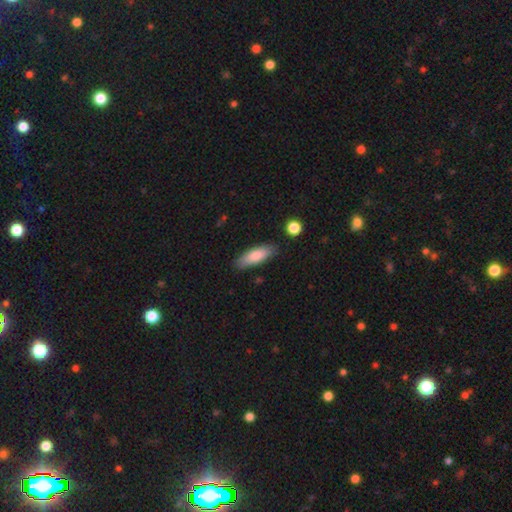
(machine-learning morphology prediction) The model was most divided on "how rounded": in between: 57%, cigar-shaped: 42%, round: 2%. More confident: merging — none (84%); smooth or featured — smooth (82%).